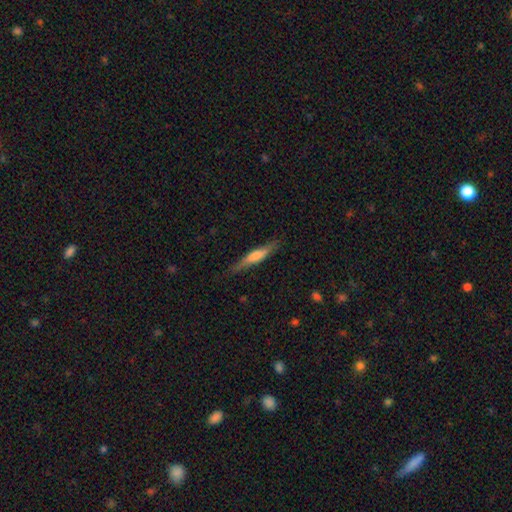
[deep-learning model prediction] This appears to be a smooth galaxy with no disk features (49%). Merging: none (83%).